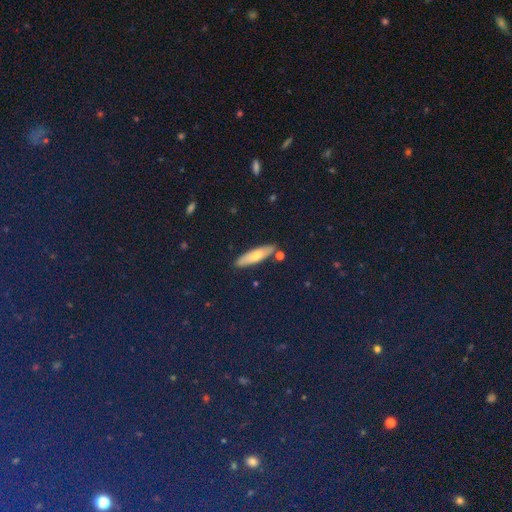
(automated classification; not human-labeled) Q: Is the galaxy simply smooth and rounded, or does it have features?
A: smooth — 65%.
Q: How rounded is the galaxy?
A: cigar-shaped — 64%.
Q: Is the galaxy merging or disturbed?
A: none — 85%.